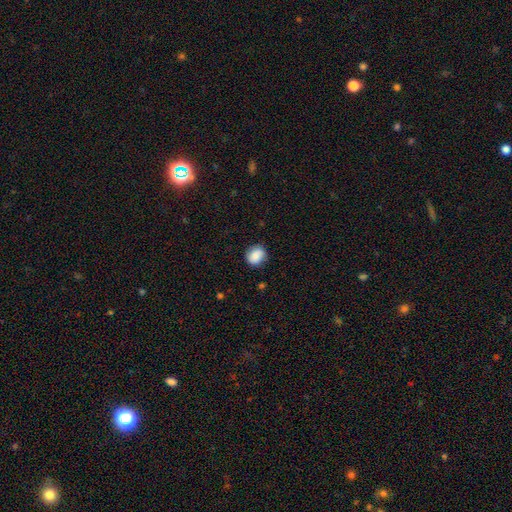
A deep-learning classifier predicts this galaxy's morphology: This is clearly a smooth galaxy (84%). How rounded: likely round (73%). Merging: clearly none (81%).